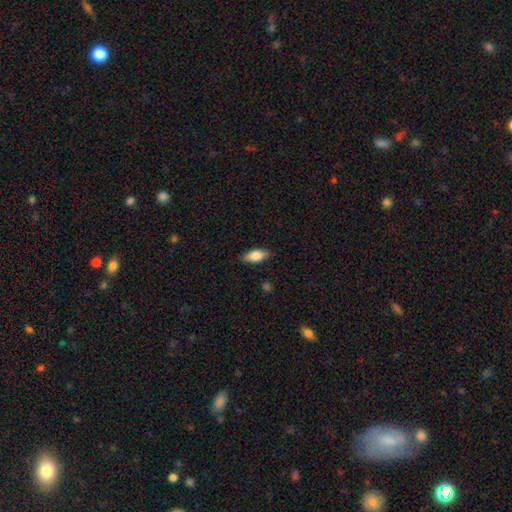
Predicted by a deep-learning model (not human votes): Overall: smooth (78%). How rounded: in between (84%). Merging: none (86%).